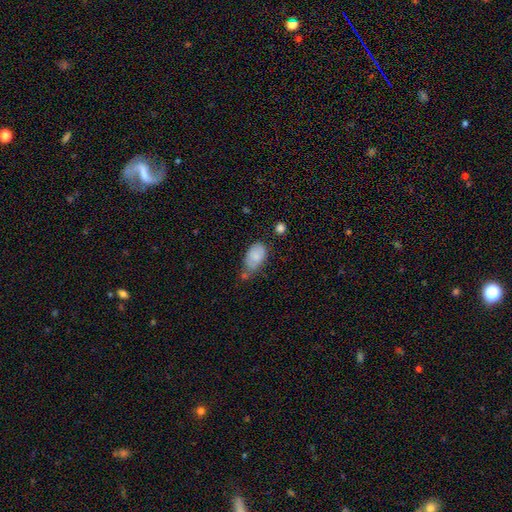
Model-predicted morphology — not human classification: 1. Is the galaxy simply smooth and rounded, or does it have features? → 79% smooth, 13% featured or disk, 7% star or artifact.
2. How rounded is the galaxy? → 92% in between, 6% round, 2% cigar-shaped.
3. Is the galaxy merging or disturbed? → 39% none, 34% minor disturbance, 16% merger, 11% major disturbance.